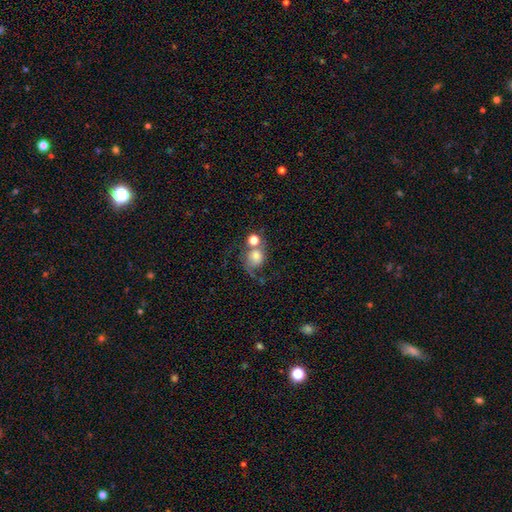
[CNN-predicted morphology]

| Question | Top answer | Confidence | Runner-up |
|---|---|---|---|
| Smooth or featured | smooth | 50% | featured or disk (37%) |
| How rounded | round | 73% | in between (25%) |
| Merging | none | 34% | merger (31%) |